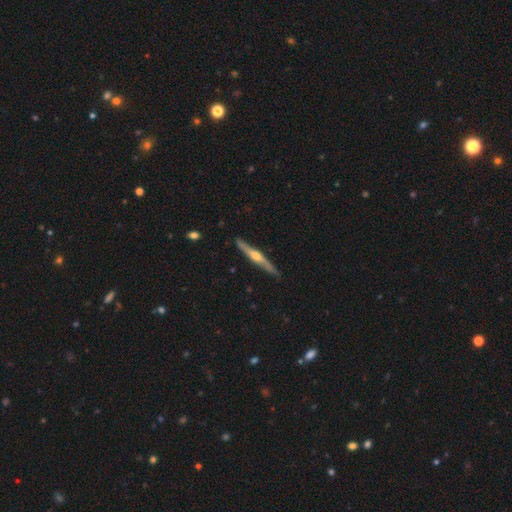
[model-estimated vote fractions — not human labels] Morphology: type=featured or disk (73%); edge-on=yes (96%); edge-on bulge=rounded (88%); merging=none (85%).